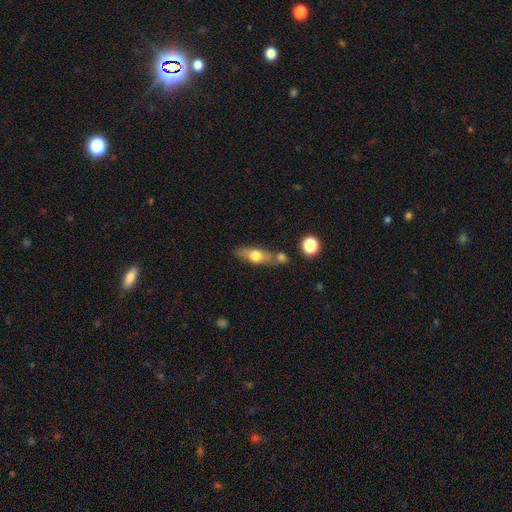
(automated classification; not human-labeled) This is likely a smooth galaxy (61%). How rounded: possibly in between (56%). Merging: possibly none (59%).